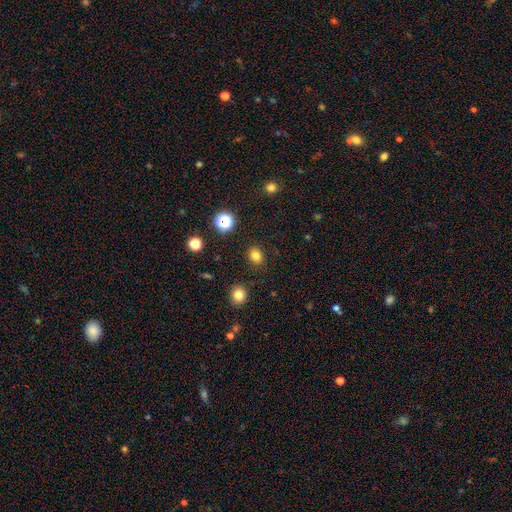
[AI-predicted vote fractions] A smooth galaxy with no disk features (80%) that is in between round and cigar-shaped (50%).

Vote fractions:
- Smooth or featured? smooth: 80% / star or artifact: 14% / featured or disk: 5%
- How rounded? in between: 50% / round: 49% / cigar-shaped: 1%
- Merging? none: 87% / minor disturbance: 9% / major disturbance: 3% / merger: 2%